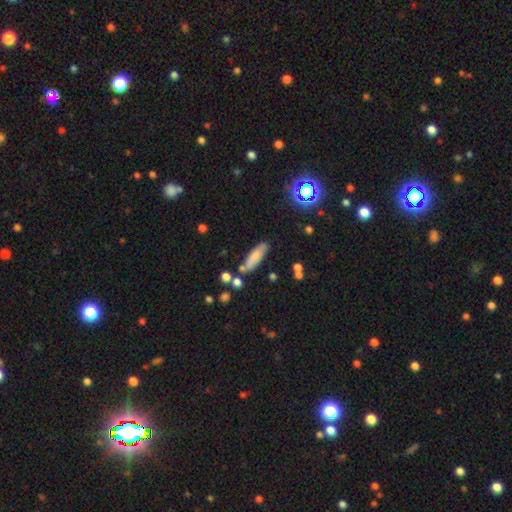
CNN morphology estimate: Smooth or featured? smooth (67%)
How rounded? in between (52%)
Merging? none (75%)